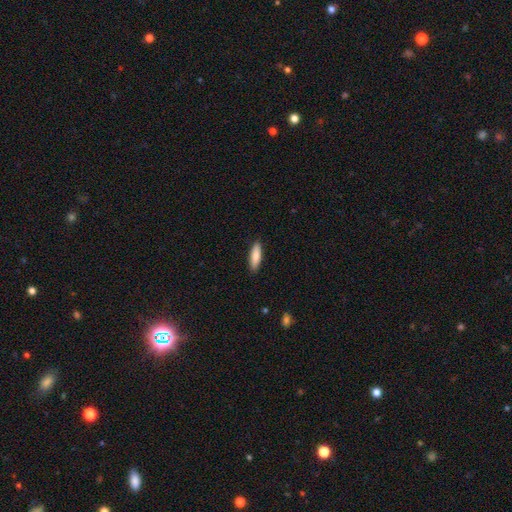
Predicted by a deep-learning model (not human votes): Smooth or featured?
  - smooth: 85% *
  - featured or disk: 10%
  - star or artifact: 6%
How rounded?
  - cigar-shaped: 60% *
  - in between: 38%
  - round: 2%
Merging?
  - none: 89% *
  - minor disturbance: 8%
  - major disturbance: 2%
  - merger: 1%